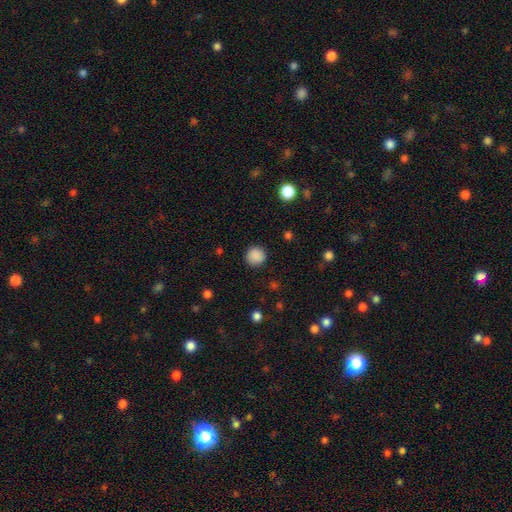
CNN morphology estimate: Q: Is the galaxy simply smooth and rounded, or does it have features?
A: smooth — 88%.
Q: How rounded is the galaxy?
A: round — 93%.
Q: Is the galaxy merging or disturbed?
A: none — 90%.